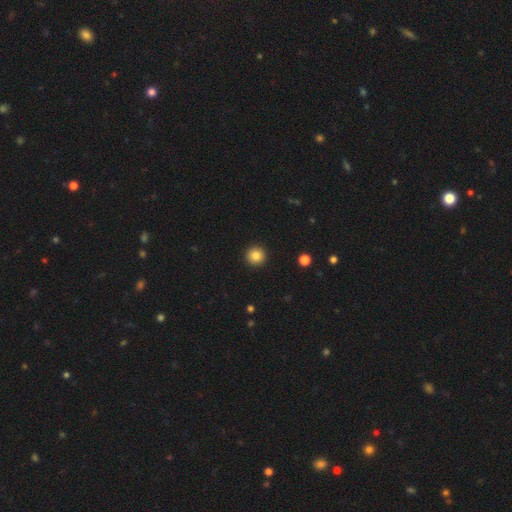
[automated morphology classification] Smooth or featured? smooth (85%)
How rounded? round (96%)
Merging? none (94%)